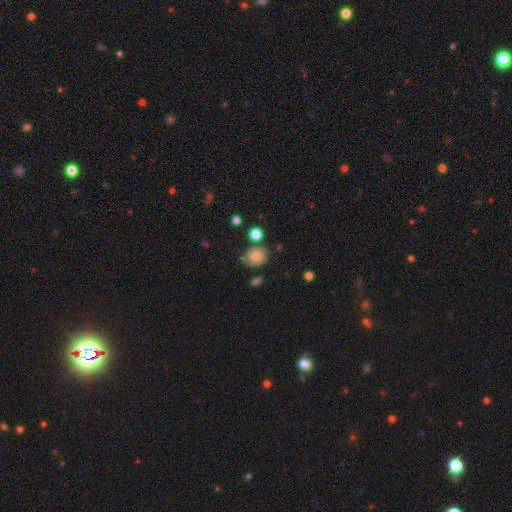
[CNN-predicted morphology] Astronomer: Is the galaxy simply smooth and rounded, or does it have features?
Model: smooth — 56% (runner-up: featured or disk, 33%).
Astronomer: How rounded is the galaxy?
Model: round — 63%.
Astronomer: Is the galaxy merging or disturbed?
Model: none — 62%.